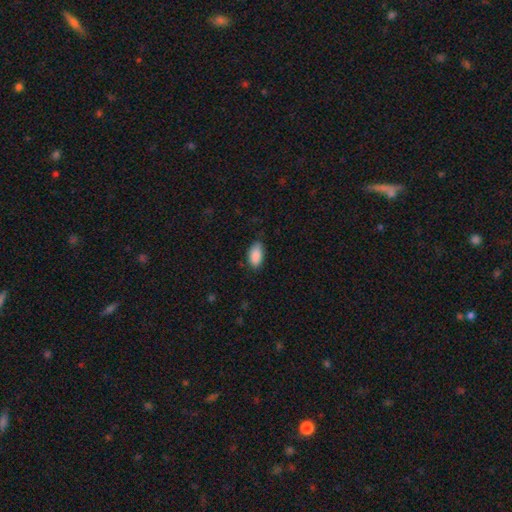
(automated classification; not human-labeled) smooth-or-featured: smooth: 89% | star or artifact: 7% | featured or disk: 4%
  how-rounded: in between: 94% | round: 3% | cigar-shaped: 3%
  merging: none: 77% | minor disturbance: 19% | major disturbance: 3% | merger: 1%